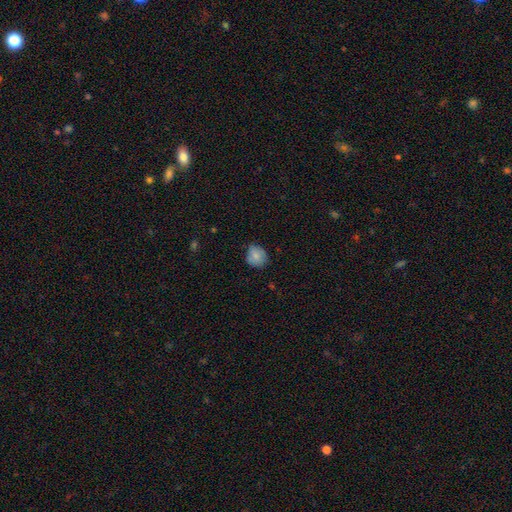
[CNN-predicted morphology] This is likely a smooth galaxy (78%). How rounded: likely round (70%). Merging: likely none (64%).